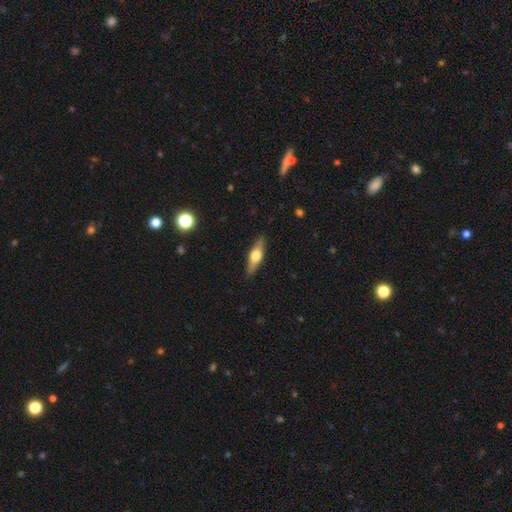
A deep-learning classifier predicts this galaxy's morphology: A featured or disk galaxy (56%) viewed edge-on (94%) with a rounded central bulge (94%).

Vote fractions:
- Smooth or featured? featured or disk: 56% / smooth: 38% / star or artifact: 6%
- Edge-on disk? yes: 94% / no: 6%
- Edge-on bulge? rounded: 94% / boxy: 4% / none: 2%
- Merging? none: 88% / minor disturbance: 9% / major disturbance: 2% / merger: 1%